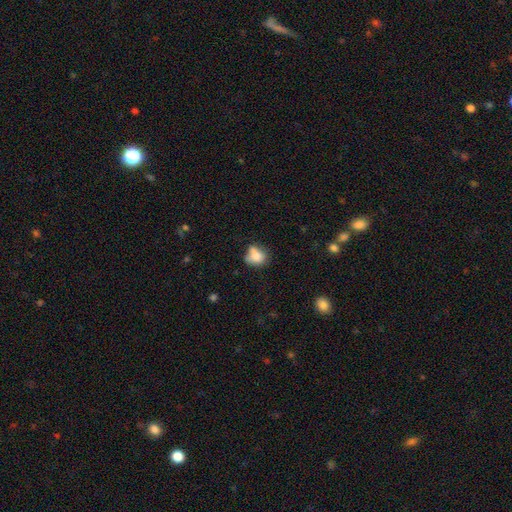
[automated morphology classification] smooth 76%, featured or disk 13%, star or artifact 10%. Down the decision tree: how rounded — in between (51%); merging — none (40%).